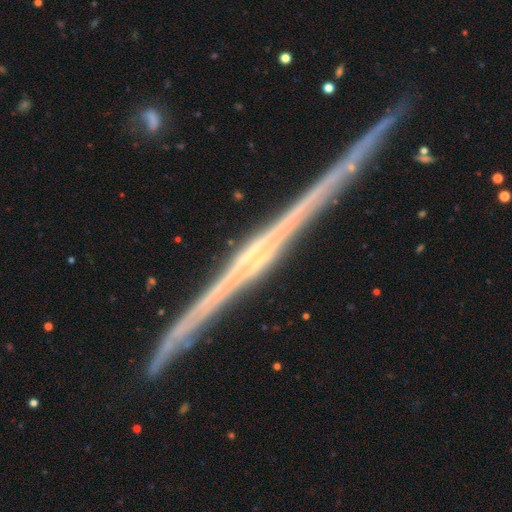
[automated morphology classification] This is clearly a featured or disk galaxy (87%). It is clearly viewed edge-on (98%). Edge-on bulge: marginally rounded (44%). Merging: clearly none (91%).